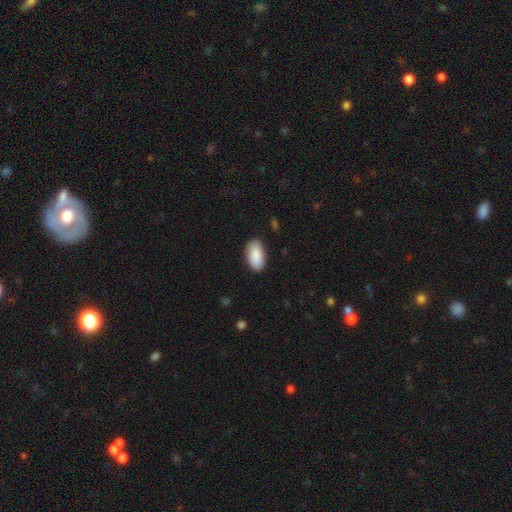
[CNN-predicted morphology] Q: Smooth or featured?
A: smooth (90%); runner-up: star or artifact (6%)
Q: How rounded?
A: in between (95%); runner-up: cigar-shaped (3%)
Q: Merging?
A: none (87%); runner-up: minor disturbance (10%)